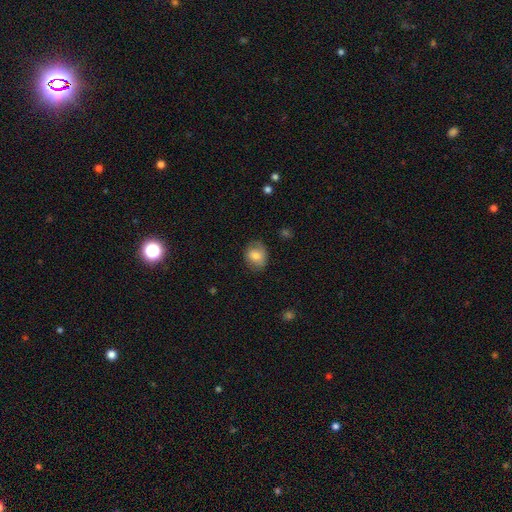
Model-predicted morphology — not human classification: Smooth or featured: smooth — 75% (featured or disk — 16%)
How rounded: round — 55% (in between — 44%)
Merging: none — 73% (minor disturbance — 20%)